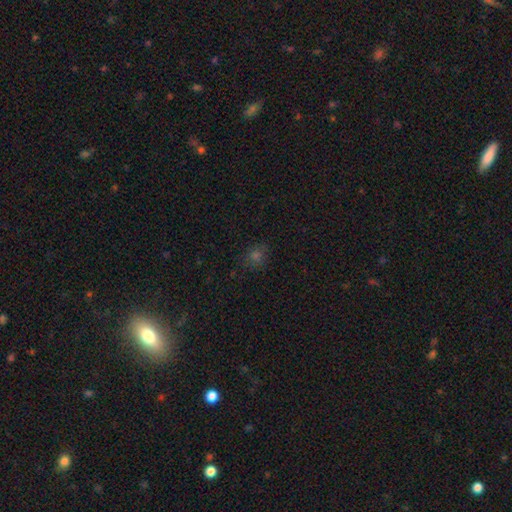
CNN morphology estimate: A smooth galaxy with no disk features (54%) that is round (73%).

Vote fractions:
- Smooth or featured? smooth: 54% / star or artifact: 36% / featured or disk: 10%
- How rounded? round: 73% / in between: 26% / cigar-shaped: 1%
- Merging? none: 82% / minor disturbance: 12% / major disturbance: 4% / merger: 2%